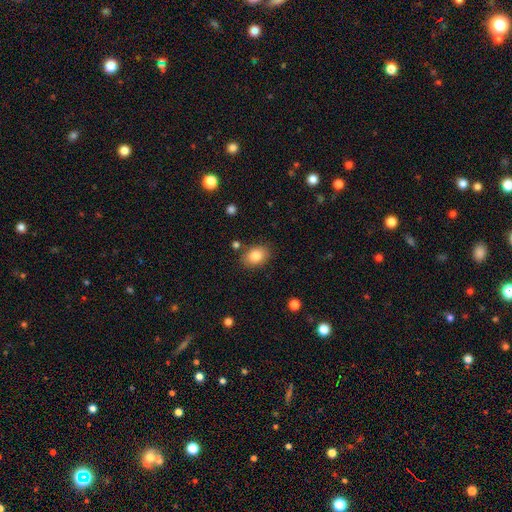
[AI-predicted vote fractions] Q: Smooth or featured?
A: smooth (84%); runner-up: star or artifact (8%)
Q: How rounded?
A: in between (79%); runner-up: round (20%)
Q: Merging?
A: none (83%); runner-up: minor disturbance (11%)